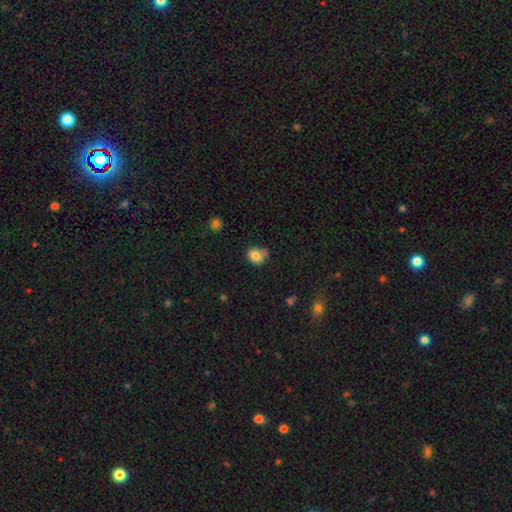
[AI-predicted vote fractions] Overall: smooth (81%). How rounded: round (66%; in between 33%). Merging: none (57%; minor disturbance 25%).